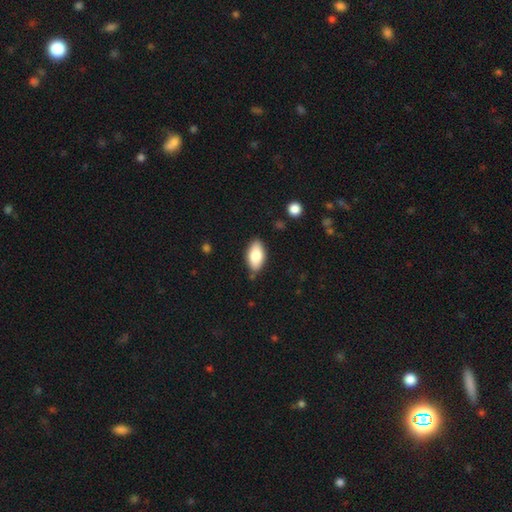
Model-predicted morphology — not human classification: A smooth galaxy with no disk features (82%) that is in between round and cigar-shaped (92%).

Vote fractions:
- Smooth or featured? smooth: 82% / featured or disk: 12% / star or artifact: 6%
- How rounded? in between: 92% / cigar-shaped: 5% / round: 2%
- Merging? none: 82% / minor disturbance: 13% / major disturbance: 2% / merger: 2%